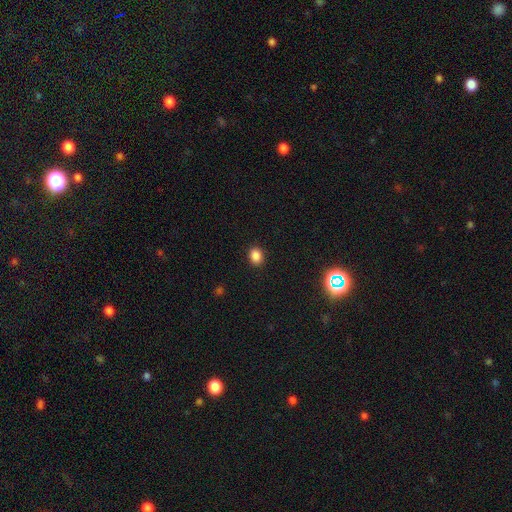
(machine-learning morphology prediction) Smooth or featured? Predicted: smooth (p=0.86). How rounded? Predicted: round (p=0.54). Merging? Predicted: none (p=0.90).